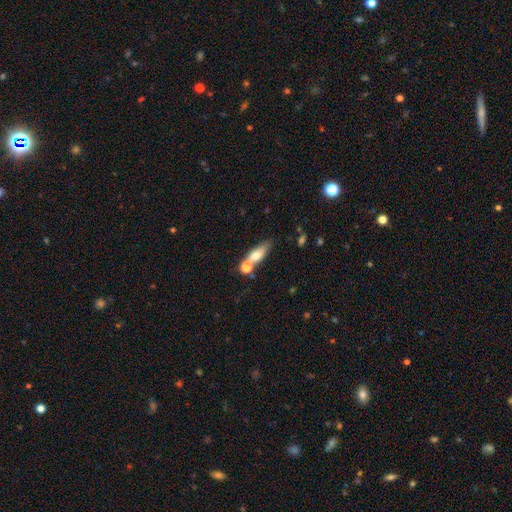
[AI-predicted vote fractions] This is likely a smooth galaxy (62%). How rounded: possibly in between (52%). Merging: marginally merger (43%).